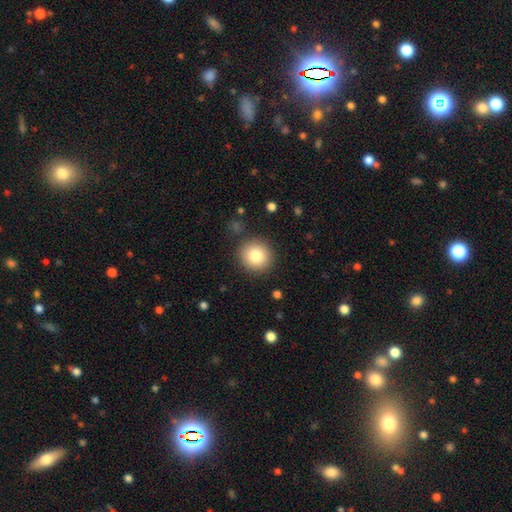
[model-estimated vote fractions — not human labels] The model was most divided on "smooth or featured": smooth: 82%, star or artifact: 10%, featured or disk: 9%. More confident: how rounded — round (93%); merging — none (89%).